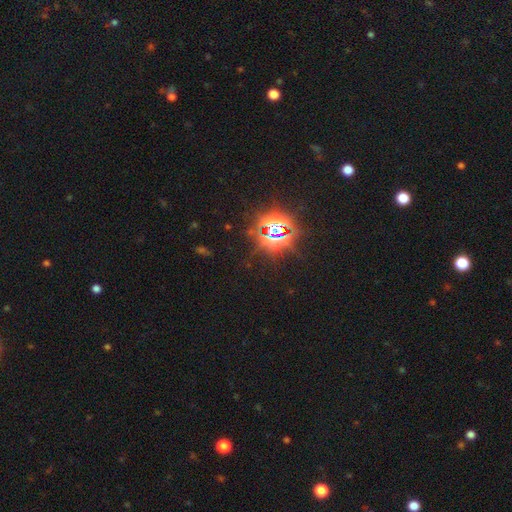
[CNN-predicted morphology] star or artifact 85%, smooth 9%, featured or disk 6%.